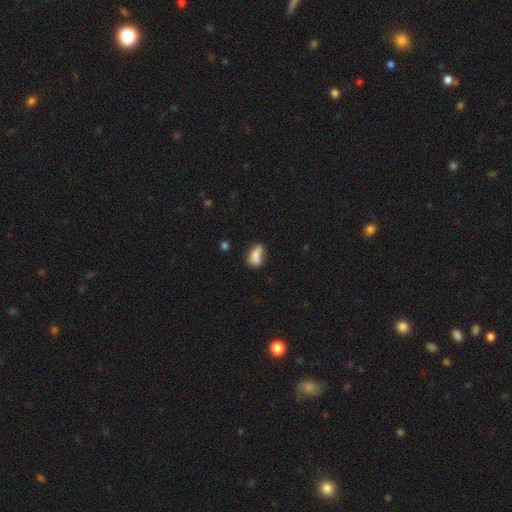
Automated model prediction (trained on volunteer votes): This appears to be a smooth galaxy with no disk features (76%) that is in between round and cigar-shaped (84%). Merging: none (40%).